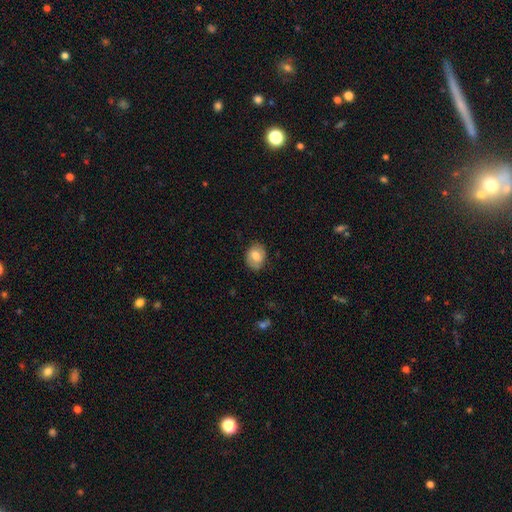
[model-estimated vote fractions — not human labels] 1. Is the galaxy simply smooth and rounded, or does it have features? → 71% smooth, 21% featured or disk, 7% star or artifact.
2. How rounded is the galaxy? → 63% in between, 36% round, 1% cigar-shaped.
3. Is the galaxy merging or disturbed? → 82% none, 13% minor disturbance, 3% major disturbance, 1% merger.